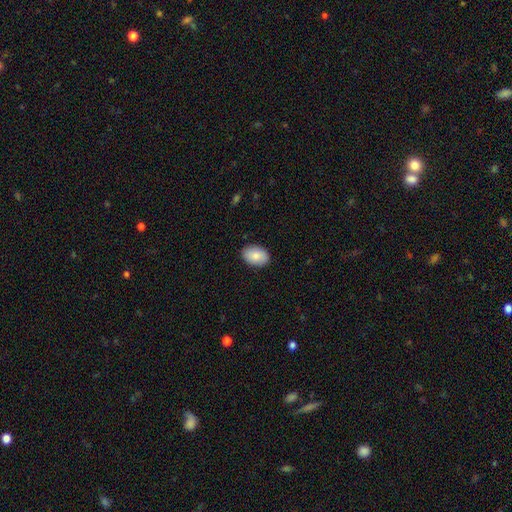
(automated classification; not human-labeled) smooth_or_featured: smooth (p=0.86) [alt: featured or disk p=0.08]
how_rounded: in between (p=0.88) [alt: round p=0.11]
merging: none (p=0.89) [alt: minor disturbance p=0.08]